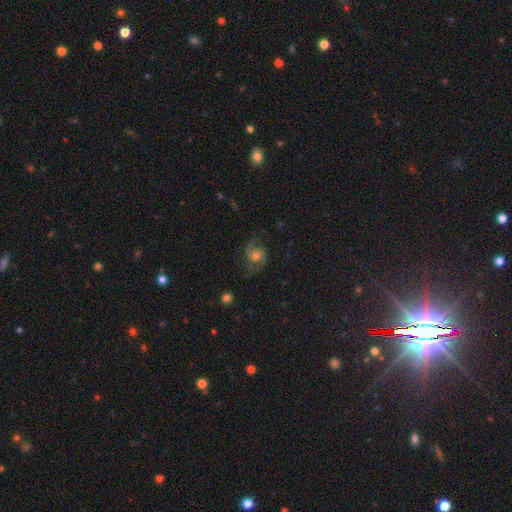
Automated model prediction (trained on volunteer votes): Smooth or featured: featured or disk — 67% (smooth — 23%)
Edge-on disk: no — 97% (yes — 3%)
Bar: no — 71% (weak — 25%)
Spiral arms: yes — 93% (no — 7%)
Spiral winding: medium — 48% (loose — 34%)
Spiral arm count: 2 — 82% (1 — 7%)
Bulge size: moderate — 54% (small — 22%)
Merging: none — 64% (minor disturbance — 20%)